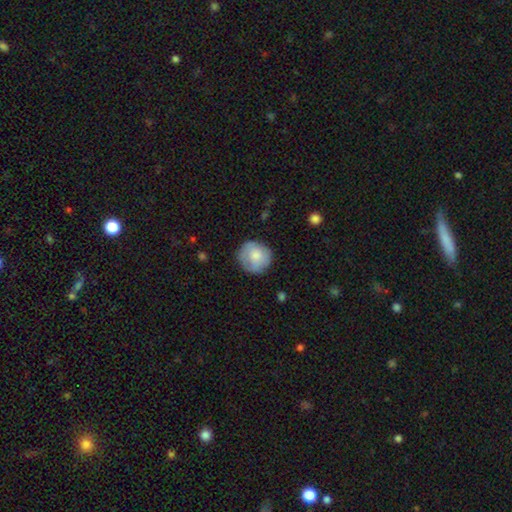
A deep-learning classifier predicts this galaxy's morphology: A smooth galaxy with no disk features (75%) that is round (90%).

Vote fractions:
- Smooth or featured? smooth: 75% / featured or disk: 18% / star or artifact: 7%
- How rounded? round: 90% / in between: 9% / cigar-shaped: 1%
- Merging? none: 75% / minor disturbance: 18% / major disturbance: 5% / merger: 1%